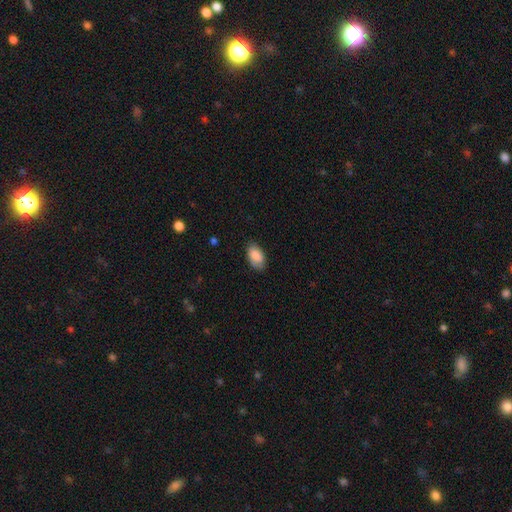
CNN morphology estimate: A smooth galaxy with no disk features (86%) that is in between round and cigar-shaped (93%).

Vote fractions:
- Smooth or featured? smooth: 86% / featured or disk: 7% / star or artifact: 7%
- How rounded? in between: 93% / round: 5% / cigar-shaped: 2%
- Merging? none: 75% / minor disturbance: 20% / major disturbance: 4% / merger: 1%